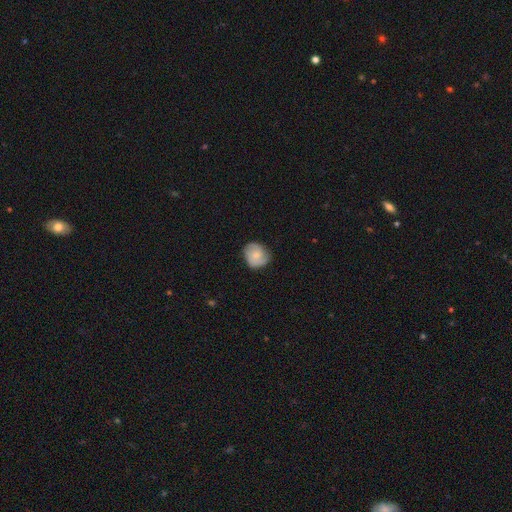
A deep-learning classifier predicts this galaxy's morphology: Smooth or featured? smooth (54%)
How rounded? round (74%)
Merging? none (70%)